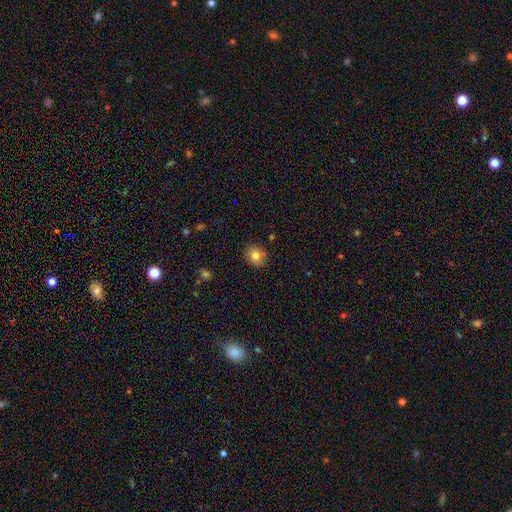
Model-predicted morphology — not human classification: The model was most divided on "how rounded": round: 63%, in between: 36%, cigar-shaped: 1%. More confident: merging — none (85%); smooth or featured — smooth (79%).